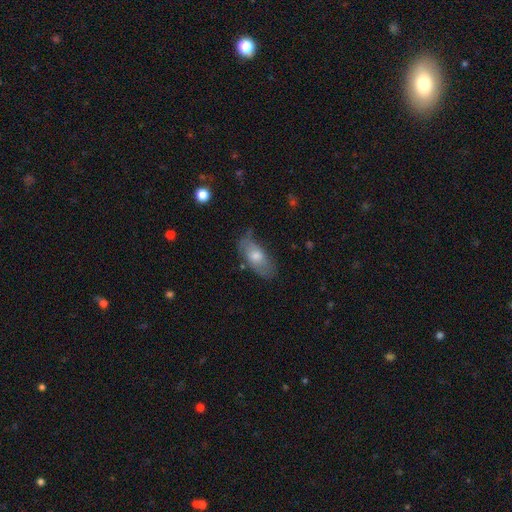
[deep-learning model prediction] A smooth galaxy with no disk features (64%) that is in between round and cigar-shaped (85%).

Vote fractions:
- Smooth or featured? smooth: 64% / featured or disk: 29% / star or artifact: 7%
- How rounded? in between: 85% / cigar-shaped: 12% / round: 3%
- Merging? none: 60% / minor disturbance: 29% / major disturbance: 8% / merger: 2%